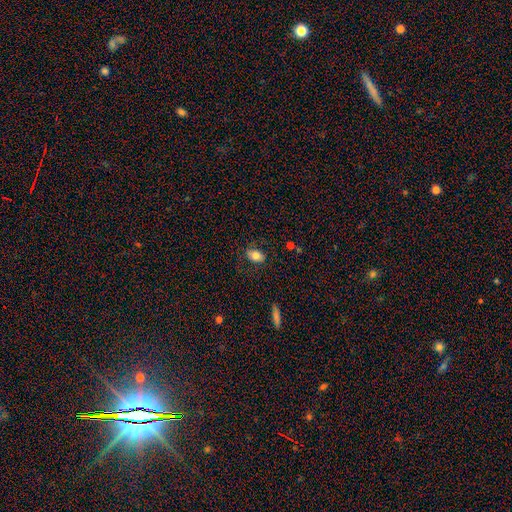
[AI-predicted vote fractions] smooth_or_featured: smooth (p=0.78) [alt: featured or disk p=0.14]
how_rounded: in between (p=0.83) [alt: round p=0.15]
merging: none (p=0.77) [alt: minor disturbance p=0.16]